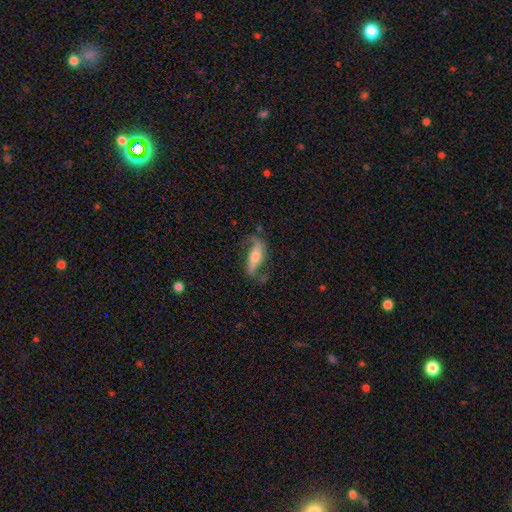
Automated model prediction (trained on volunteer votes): The model was most divided on "bar" (2-way tie): no: 36%, strong: 36%, weak: 28%. More confident: spiral arms — yes (92%); spiral arm count — 2 (90%); edge-on disk — no (85%); smooth or featured — featured or disk (77%); spiral winding — loose (76%); merging — none (67%); bulge size — moderate (56%).